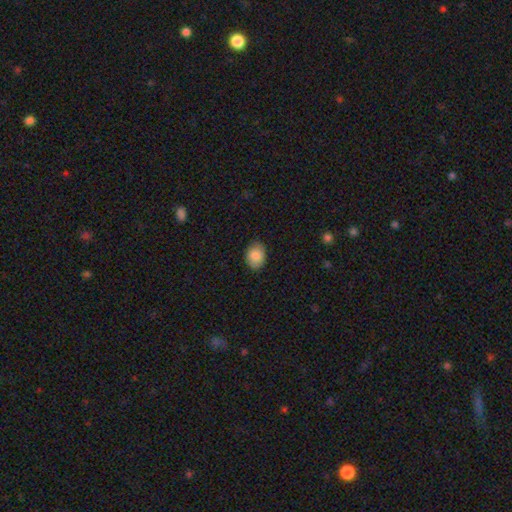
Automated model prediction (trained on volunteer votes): smooth 87%, star or artifact 7%, featured or disk 6%. Down the decision tree: how rounded — in between (72%); merging — none (84%).